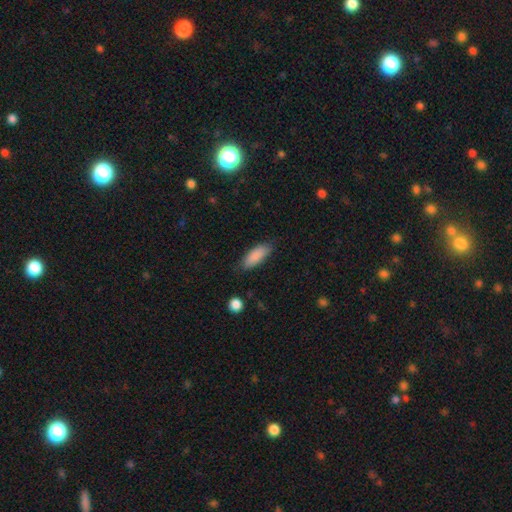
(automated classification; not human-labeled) Smooth or featured: smooth — 87% (star or artifact — 6%)
How rounded: in between — 71% (cigar-shaped — 27%)
Merging: none — 82% (minor disturbance — 14%)